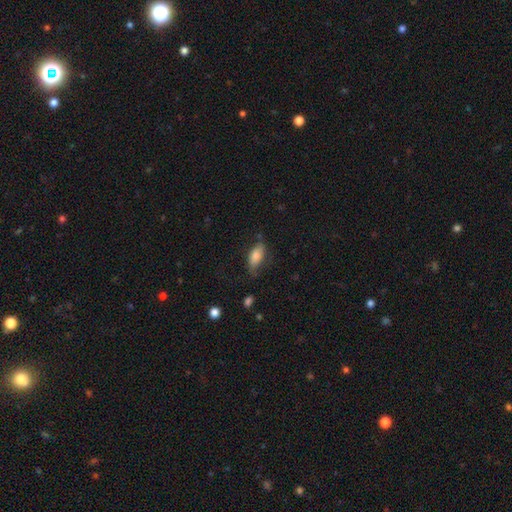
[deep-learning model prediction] Q: Smooth or featured?
A: smooth (76%); runner-up: featured or disk (17%)
Q: How rounded?
A: in between (82%); runner-up: cigar-shaped (15%)
Q: Merging?
A: none (63%); runner-up: minor disturbance (27%)